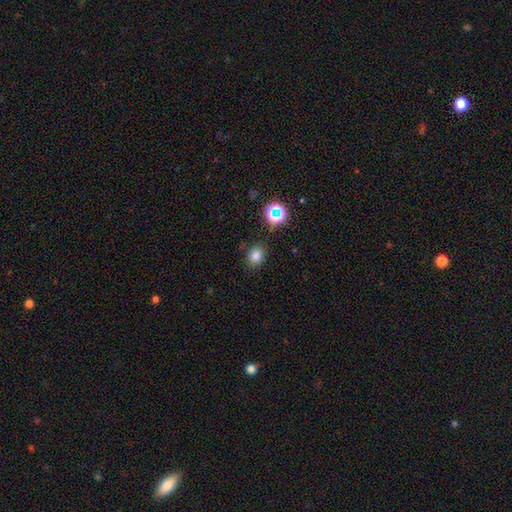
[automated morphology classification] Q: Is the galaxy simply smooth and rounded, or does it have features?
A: smooth — 77%.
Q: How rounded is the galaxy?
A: in between — 52%.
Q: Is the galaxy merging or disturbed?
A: none — 83%.